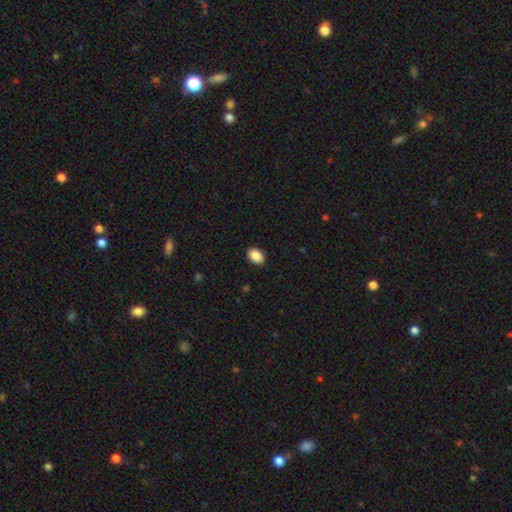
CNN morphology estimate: The model was most divided on "how rounded": in between: 76%, round: 23%, cigar-shaped: 1%. More confident: merging — none (91%); smooth or featured — smooth (89%).